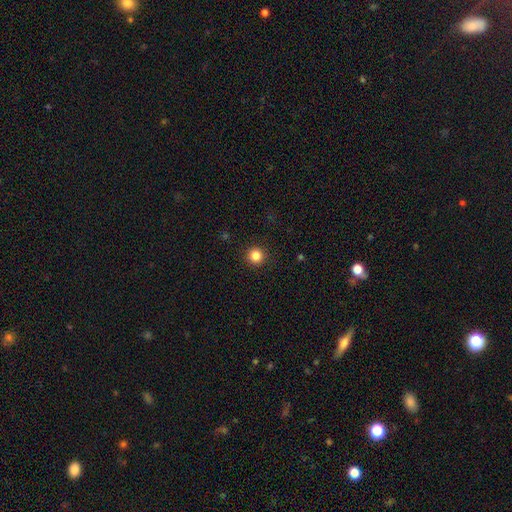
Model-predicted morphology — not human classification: The model was most divided on "smooth or featured": smooth: 84%, star or artifact: 12%, featured or disk: 4%. More confident: how rounded — round (95%); merging — none (93%).